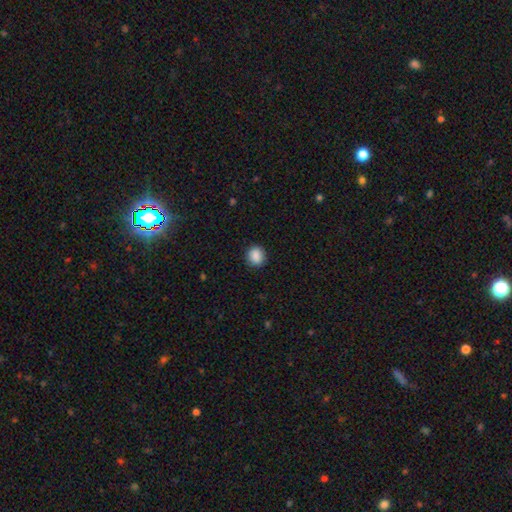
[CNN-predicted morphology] smooth_or_featured: smooth (p=0.88) [alt: star or artifact p=0.08]
how_rounded: round (p=0.78) [alt: in between p=0.21]
merging: none (p=0.89) [alt: minor disturbance p=0.08]